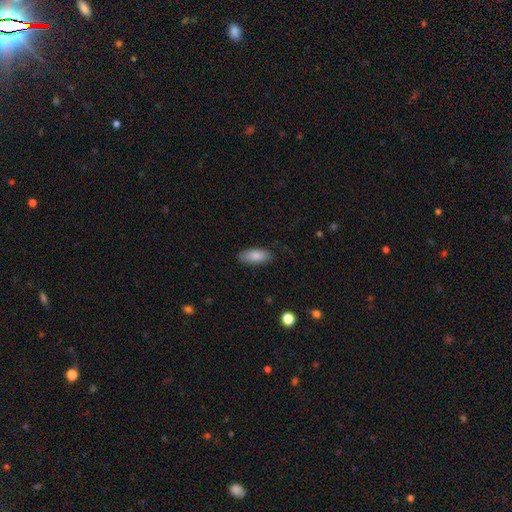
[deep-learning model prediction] smooth_or_featured: smooth (p=0.85) [alt: featured or disk p=0.09]
how_rounded: in between (p=0.83) [alt: cigar-shaped p=0.14]
merging: none (p=0.85) [alt: minor disturbance p=0.11]